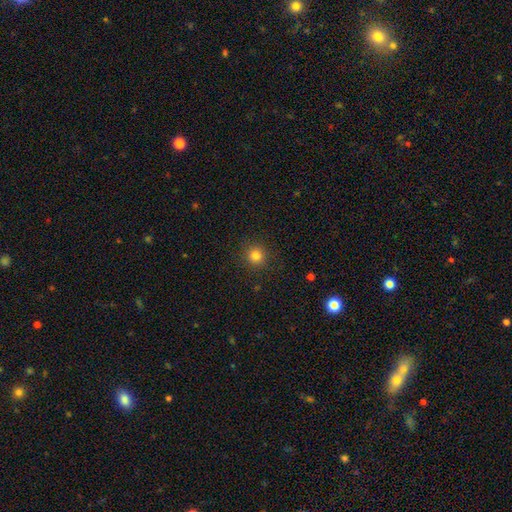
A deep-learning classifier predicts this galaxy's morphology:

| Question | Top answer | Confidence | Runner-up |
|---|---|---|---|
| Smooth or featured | smooth | 81% | star or artifact (13%) |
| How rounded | round | 94% | in between (5%) |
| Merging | none | 90% | minor disturbance (6%) |